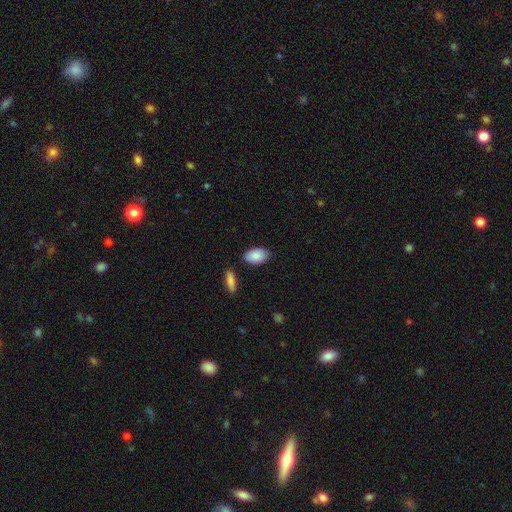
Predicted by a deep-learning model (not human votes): Overall: smooth (88%). How rounded: in between (94%). Merging: none (82%).